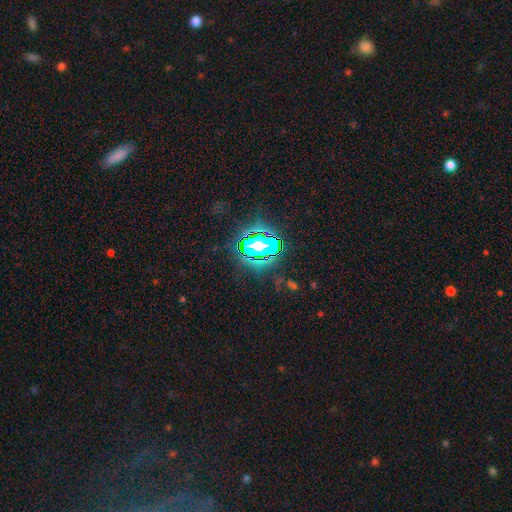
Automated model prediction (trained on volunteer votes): A star or artifact, not a galaxy (70%).